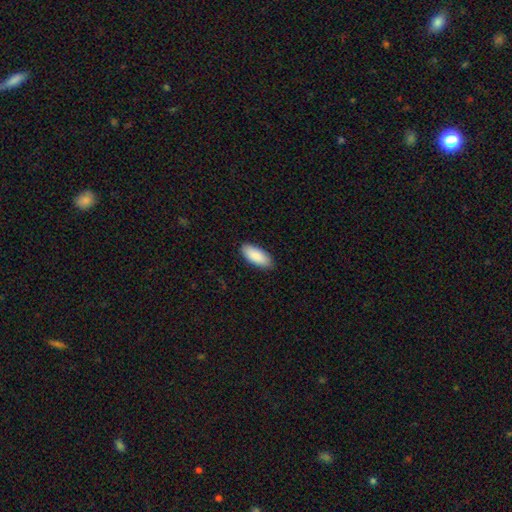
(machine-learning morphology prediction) The model was most divided on "how rounded": in between: 85%, cigar-shaped: 14%, round: 2%. More confident: smooth or featured — smooth (90%); merging — none (87%).